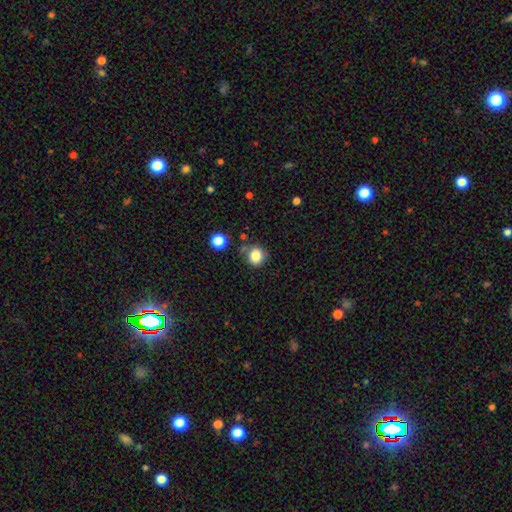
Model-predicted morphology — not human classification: This is clearly a smooth galaxy (84%). How rounded: clearly round (81%). Merging: likely none (73%).